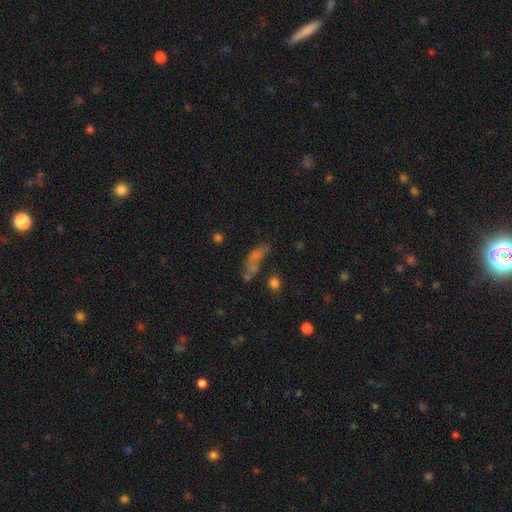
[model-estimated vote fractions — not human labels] Q: Smooth or featured?
A: smooth (52%); runner-up: featured or disk (25%)
Q: How rounded?
A: in between (55%); runner-up: cigar-shaped (35%)
Q: Merging?
A: none (39%); runner-up: merger (22%)